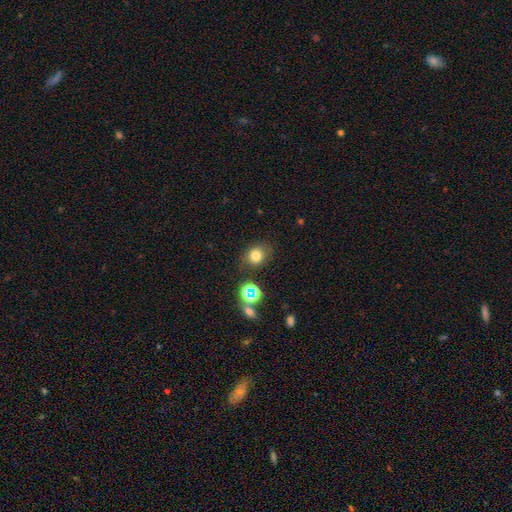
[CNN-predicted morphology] This appears to be a smooth galaxy with no disk features (75%) that is round (67%). Merging: none (79%).